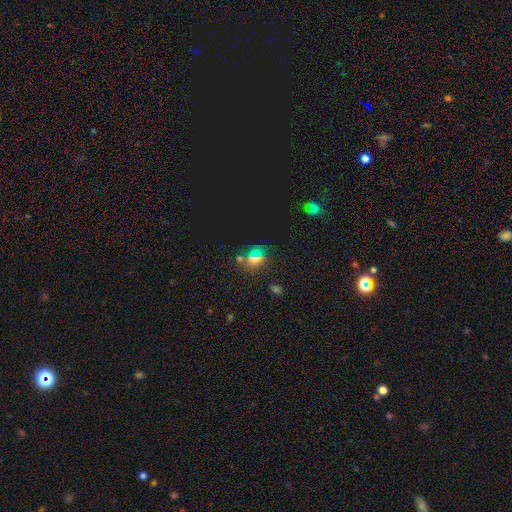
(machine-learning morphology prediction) Smooth or featured?
  - smooth: 46% *
  - star or artifact: 44%
  - featured or disk: 11%
Merging?
  - none: 78% *
  - minor disturbance: 11%
  - merger: 5%
  - major disturbance: 5%